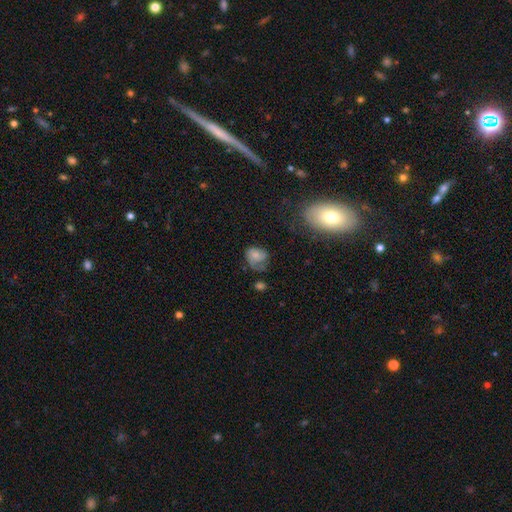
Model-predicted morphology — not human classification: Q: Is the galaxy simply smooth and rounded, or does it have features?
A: smooth — 51%.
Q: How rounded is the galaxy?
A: in between — 54%.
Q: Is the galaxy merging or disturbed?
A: none — 36%.